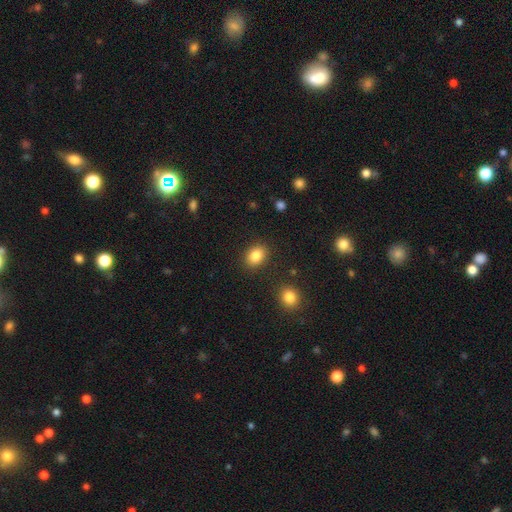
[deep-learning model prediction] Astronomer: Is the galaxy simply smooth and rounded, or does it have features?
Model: smooth — 85%.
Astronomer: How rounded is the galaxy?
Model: in between — 67%.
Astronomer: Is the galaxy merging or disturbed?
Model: none — 87%.